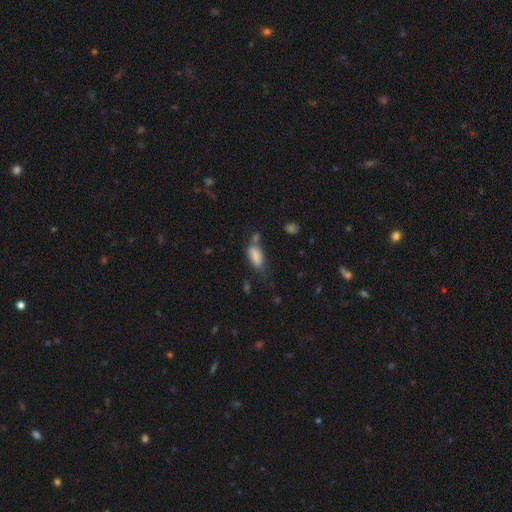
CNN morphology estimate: Smooth or featured? Predicted: smooth (p=0.85). How rounded? Predicted: in between (p=0.88). Merging? Predicted: none (p=0.46).